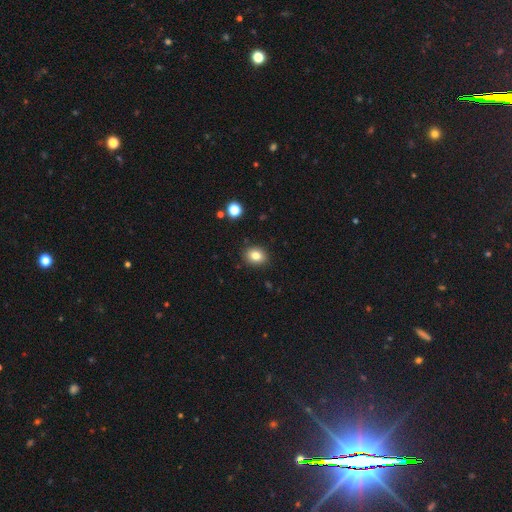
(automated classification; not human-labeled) A smooth galaxy with no disk features (82%) that is round (56%).

Vote fractions:
- Smooth or featured? smooth: 82% / star or artifact: 11% / featured or disk: 7%
- How rounded? round: 56% / in between: 43% / cigar-shaped: 1%
- Merging? none: 89% / minor disturbance: 8% / major disturbance: 2% / merger: 1%